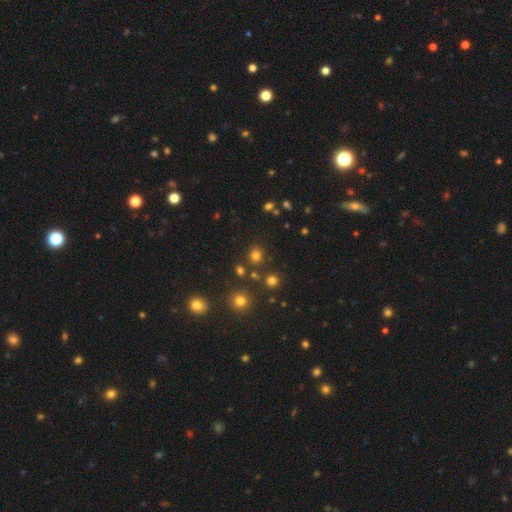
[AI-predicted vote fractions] Q: Smooth or featured?
A: smooth (75%); runner-up: star or artifact (20%)
Q: How rounded?
A: round (85%); runner-up: in between (14%)
Q: Merging?
A: none (83%); runner-up: minor disturbance (8%)